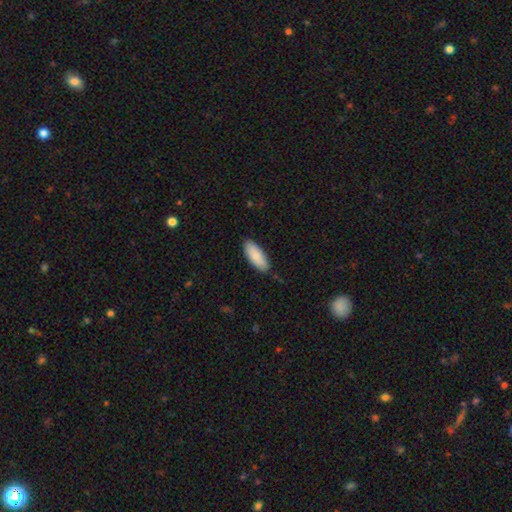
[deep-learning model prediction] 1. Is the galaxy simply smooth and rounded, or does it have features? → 89% smooth, 5% star or artifact, 5% featured or disk.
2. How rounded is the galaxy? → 78% in between, 20% cigar-shaped, 1% round.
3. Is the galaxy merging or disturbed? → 86% none, 11% minor disturbance, 2% major disturbance, 1% merger.